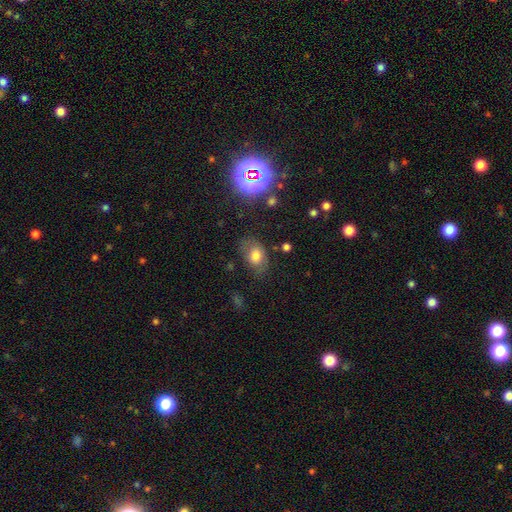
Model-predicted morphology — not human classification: Q: Smooth or featured?
A: smooth (72%); runner-up: featured or disk (15%)
Q: How rounded?
A: in between (80%); runner-up: round (19%)
Q: Merging?
A: none (64%); runner-up: minor disturbance (23%)